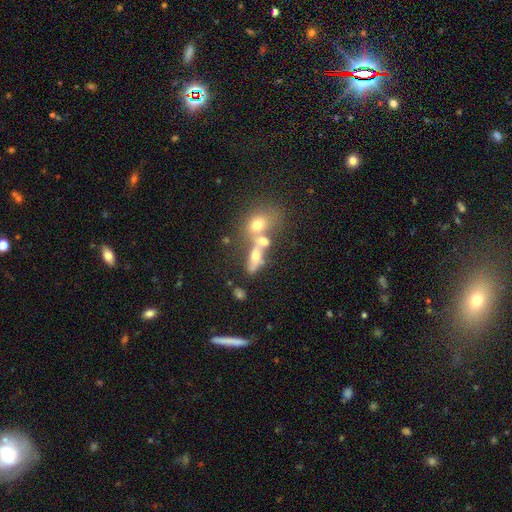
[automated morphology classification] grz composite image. It shows a smooth galaxy with no disk features (55%) that is in between round and cigar-shaped (59%). Merging: merger (54%).